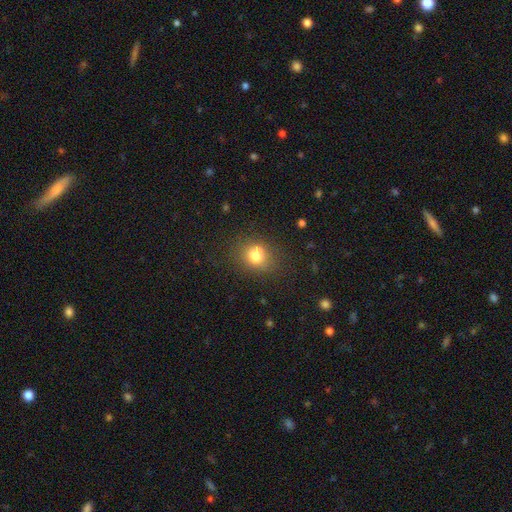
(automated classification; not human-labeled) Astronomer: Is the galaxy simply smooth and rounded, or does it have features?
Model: smooth — 78%.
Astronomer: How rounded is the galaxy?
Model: round — 71%.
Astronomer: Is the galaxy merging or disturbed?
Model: none — 71%.